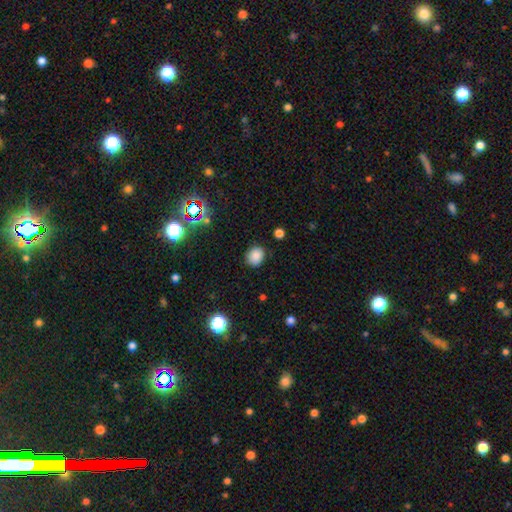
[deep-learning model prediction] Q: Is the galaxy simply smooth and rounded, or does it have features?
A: smooth — 83%.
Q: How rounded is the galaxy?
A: round — 57%.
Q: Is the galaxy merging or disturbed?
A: none — 83%.